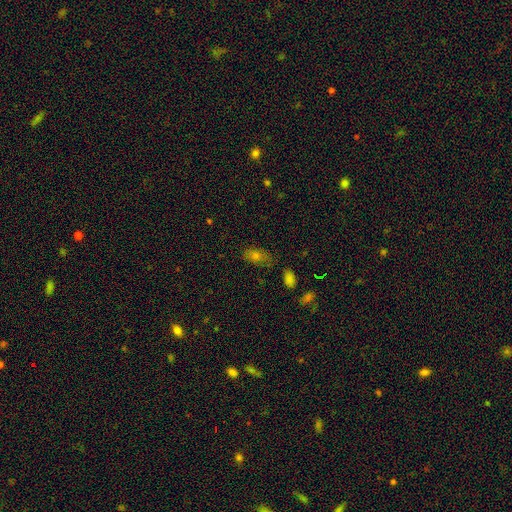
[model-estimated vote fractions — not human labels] This appears to be a smooth galaxy with no disk features (67%) that is in between round and cigar-shaped (86%). Merging: none (72%).